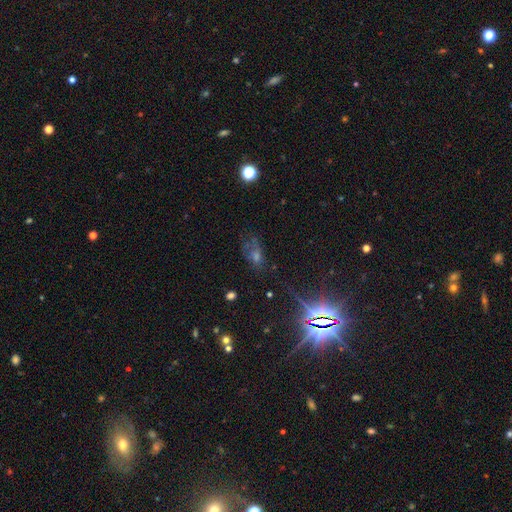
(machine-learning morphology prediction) Smooth or featured: star or artifact — 47% (featured or disk — 28%)